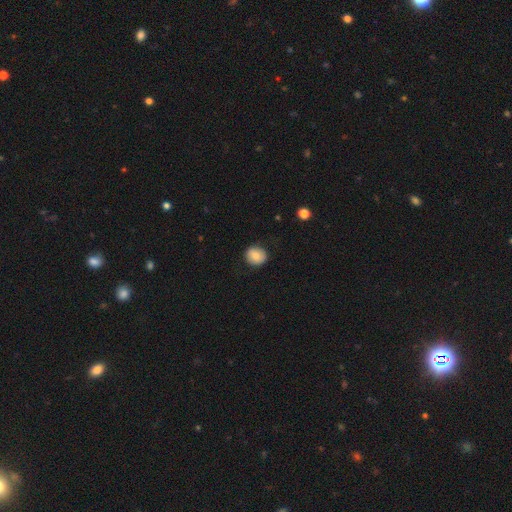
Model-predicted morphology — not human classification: smooth_or_featured: smooth (p=0.82) [alt: featured or disk p=0.10]
how_rounded: round (p=0.79) [alt: in between p=0.20]
merging: none (p=0.85) [alt: minor disturbance p=0.11]